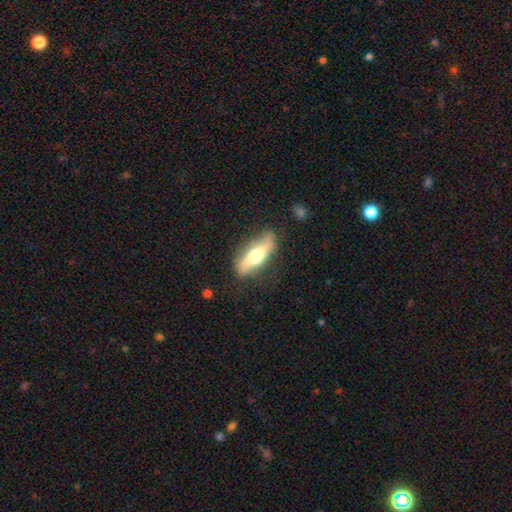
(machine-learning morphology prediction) A featured or disk galaxy (51%) viewed edge-on (56%). Merging: none (75%).